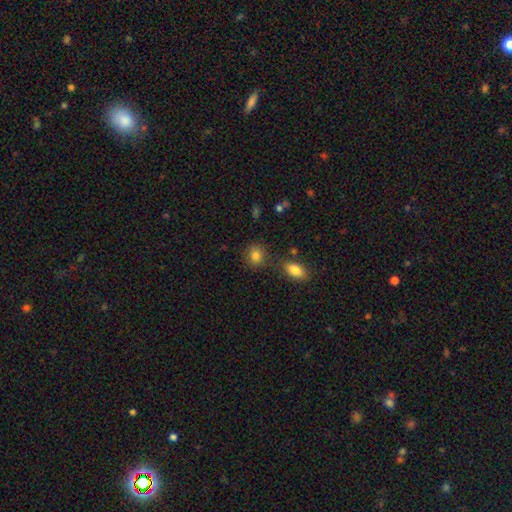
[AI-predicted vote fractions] Morphology: type=smooth (83%); roundness=round (64%); merging=none (76%).